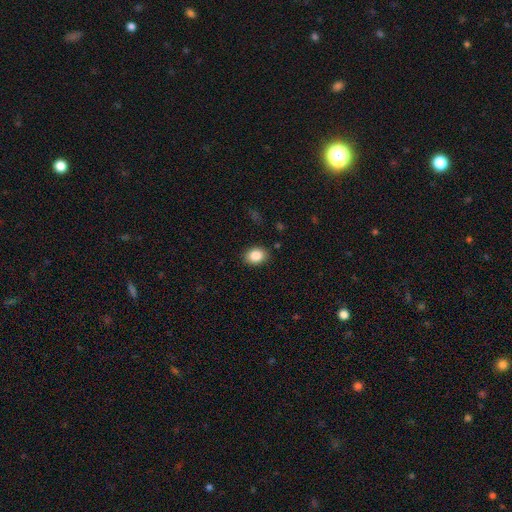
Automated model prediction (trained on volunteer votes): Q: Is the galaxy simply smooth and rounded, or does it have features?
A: smooth — 86%.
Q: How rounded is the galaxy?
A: in between — 60%.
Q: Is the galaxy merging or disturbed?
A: none — 88%.